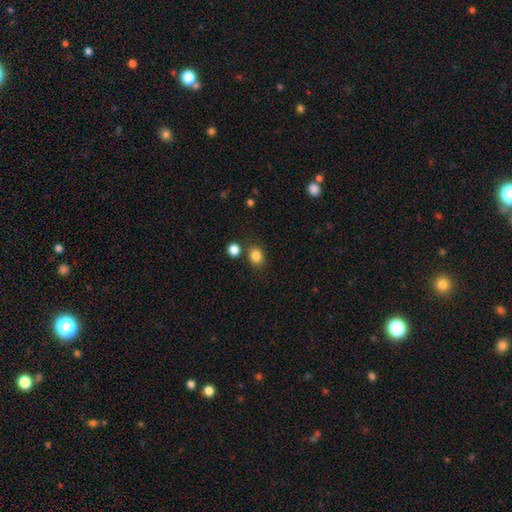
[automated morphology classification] This appears to be a smooth galaxy with no disk features (84%) that is round (50%). Merging: none (76%).